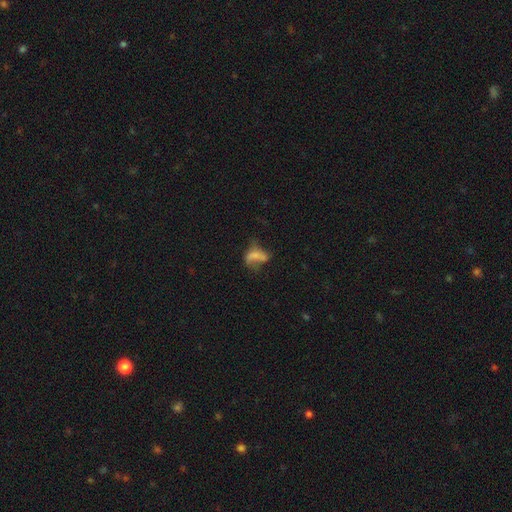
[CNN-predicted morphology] type=smooth (52%); roundness=in between (82%); merging=major disturbance (40%).